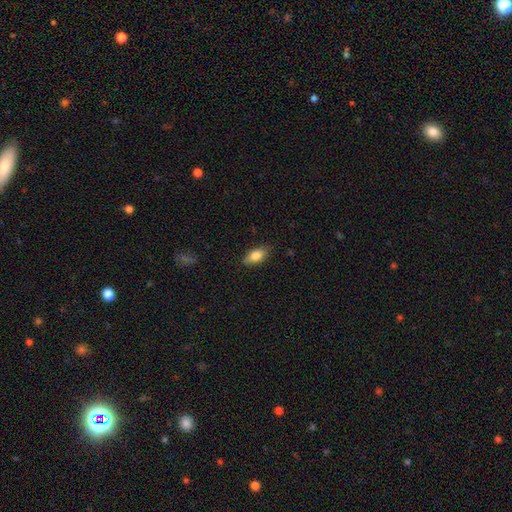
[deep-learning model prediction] Smooth or featured? Predicted: smooth (p=0.80). How rounded? Predicted: in between (p=0.86). Merging? Predicted: none (p=0.84).